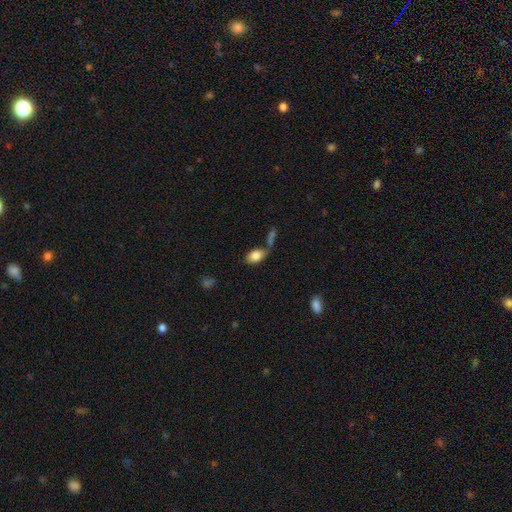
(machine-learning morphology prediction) Smooth or featured: smooth — 82% (featured or disk — 10%)
How rounded: in between — 90% (round — 8%)
Merging: none — 48% (merger — 24%)